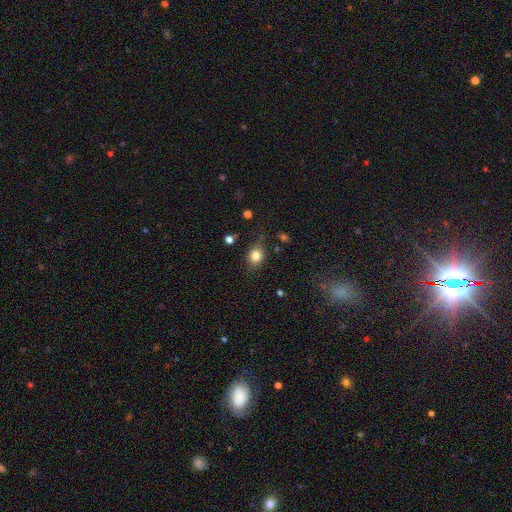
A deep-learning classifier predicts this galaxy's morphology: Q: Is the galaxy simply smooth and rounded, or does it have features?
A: smooth — 82%.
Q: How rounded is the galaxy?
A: in between — 52%.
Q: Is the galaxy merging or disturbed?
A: none — 76%.